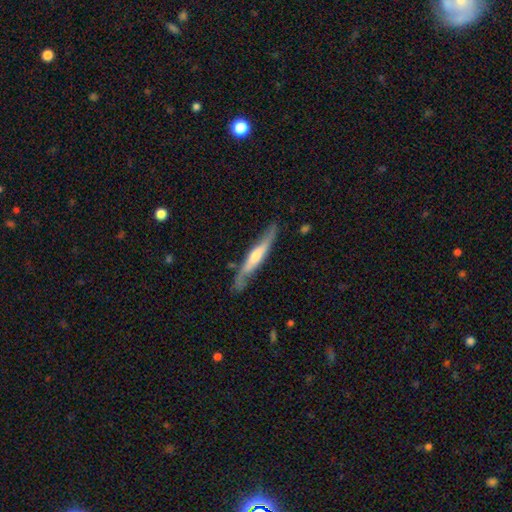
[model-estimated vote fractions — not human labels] Smooth or featured?
  - featured or disk: 67% *
  - smooth: 28%
  - star or artifact: 5%
Edge-on disk?
  - yes: 80% *
  - no: 20%
Edge-on bulge?
  - rounded: 66% *
  - none: 20%
  - boxy: 14%
Merging?
  - none: 76% *
  - minor disturbance: 18%
  - major disturbance: 4%
  - merger: 2%